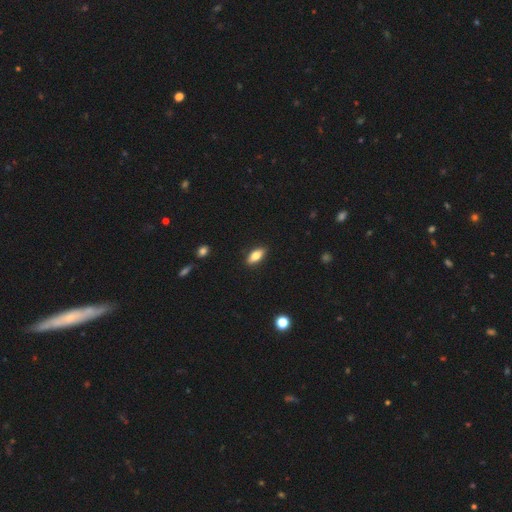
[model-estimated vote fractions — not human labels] The model was most divided on "smooth or featured": smooth: 74%, featured or disk: 19%, star or artifact: 7%. More confident: merging — none (89%); how rounded — in between (80%).